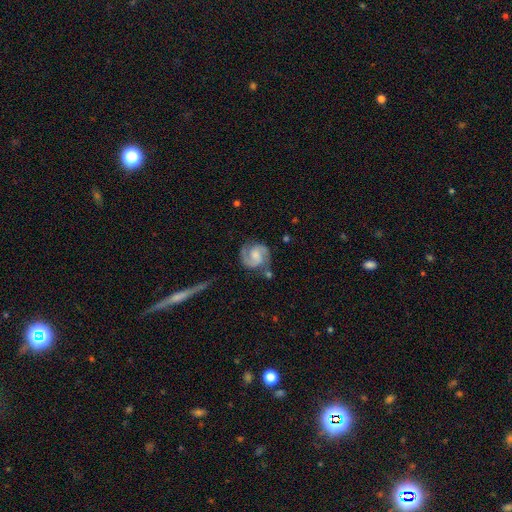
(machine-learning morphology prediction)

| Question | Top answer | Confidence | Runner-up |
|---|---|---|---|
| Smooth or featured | featured or disk | 85% | smooth (9%) |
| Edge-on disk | no | 98% | yes (2%) |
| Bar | weak | 45% | no (43%) |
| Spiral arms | yes | 97% | no (3%) |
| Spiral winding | medium | 54% | tight (33%) |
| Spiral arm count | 2 | 92% | can't tell (3%) |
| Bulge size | moderate | 38% | small (27%) |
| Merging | none | 74% | minor disturbance (16%) |